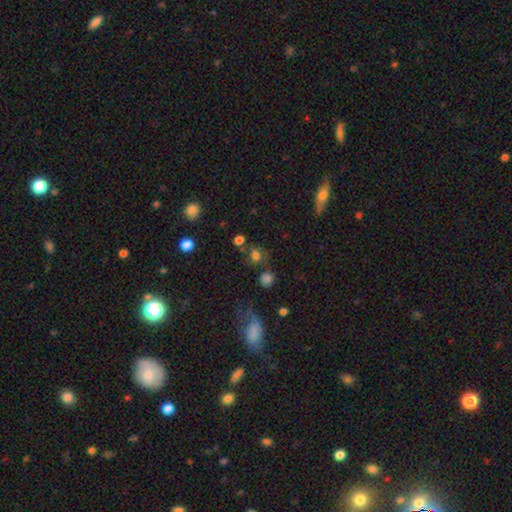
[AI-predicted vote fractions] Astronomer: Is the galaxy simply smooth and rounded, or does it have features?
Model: smooth — 65%.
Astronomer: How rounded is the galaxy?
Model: round — 66%.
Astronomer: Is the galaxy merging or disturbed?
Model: none — 58%.